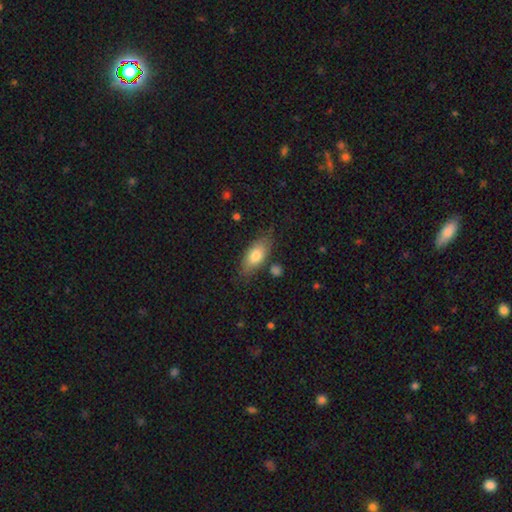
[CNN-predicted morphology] smooth-or-featured: smooth: 75% | featured or disk: 18% | star or artifact: 7%
  how-rounded: in between: 84% | cigar-shaped: 12% | round: 4%
  merging: none: 74% | minor disturbance: 18% | major disturbance: 4% | merger: 4%